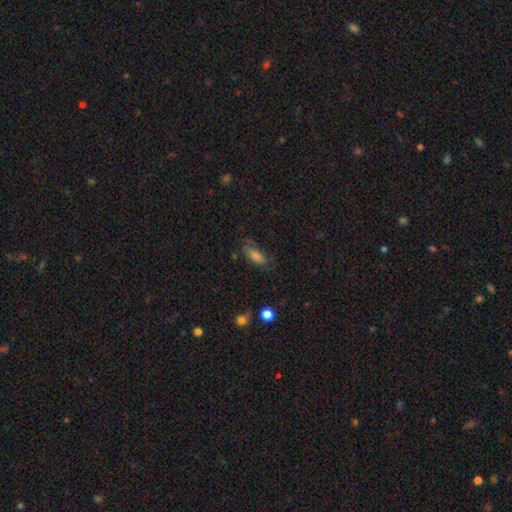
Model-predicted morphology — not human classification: This appears to be a smooth galaxy with no disk features (68%) that is in between round and cigar-shaped (72%). Merging: none (67%).